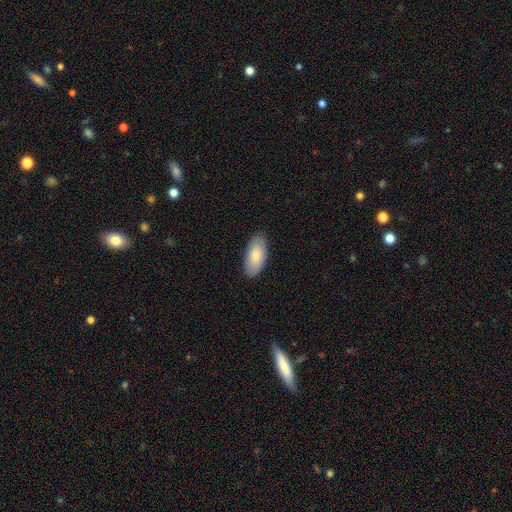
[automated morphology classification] Q: Smooth or featured?
A: smooth (84%); runner-up: featured or disk (10%)
Q: How rounded?
A: in between (91%); runner-up: cigar-shaped (7%)
Q: Merging?
A: none (87%); runner-up: minor disturbance (10%)